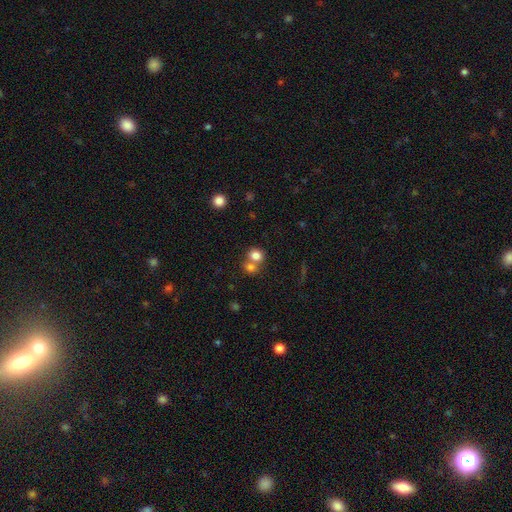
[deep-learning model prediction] Q: Smooth or featured?
A: smooth (80%); runner-up: star or artifact (11%)
Q: How rounded?
A: round (75%); runner-up: in between (24%)
Q: Merging?
A: merger (48%); runner-up: none (42%)